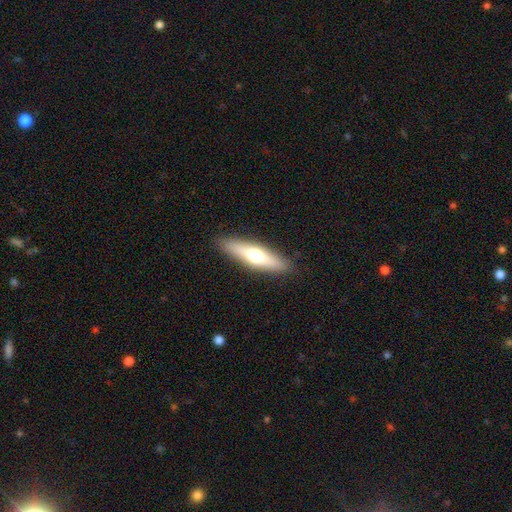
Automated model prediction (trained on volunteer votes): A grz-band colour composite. It shows a smooth galaxy with no disk features (54%) that is cigar-shaped (70%). Merging: none (89%).